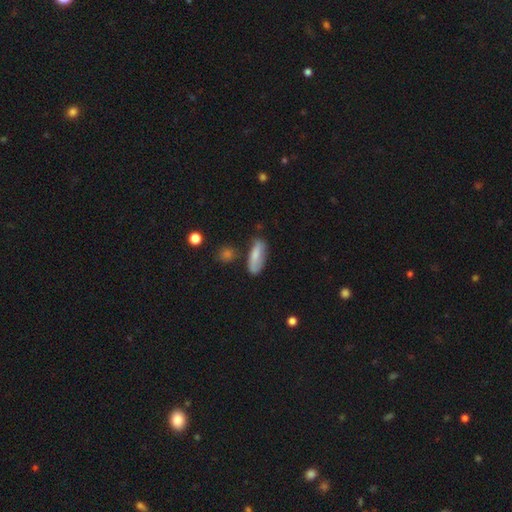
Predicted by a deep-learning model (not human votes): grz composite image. It shows a smooth galaxy with no disk features (71%) that is in between round and cigar-shaped (63%). Merging: none (66%).